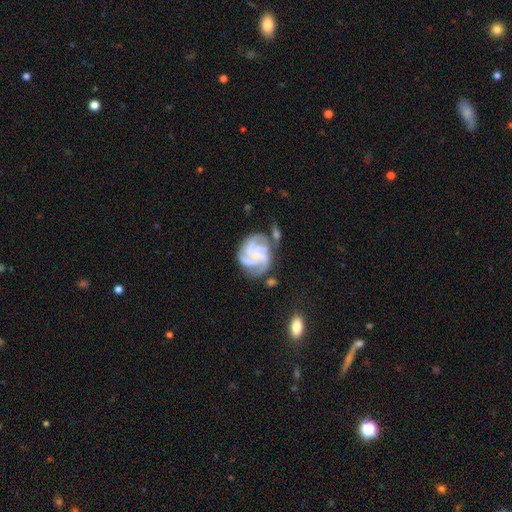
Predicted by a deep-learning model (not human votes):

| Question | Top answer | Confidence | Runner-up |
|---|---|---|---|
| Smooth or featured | featured or disk | 84% | smooth (9%) |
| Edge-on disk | no | 98% | yes (2%) |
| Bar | no | 68% | weak (26%) |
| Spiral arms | yes | 96% | no (4%) |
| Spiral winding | tight | 54% | medium (37%) |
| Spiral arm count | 4 | 38% | 3 (29%) |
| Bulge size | small | 64% | moderate (20%) |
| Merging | none | 58% | minor disturbance (22%) |